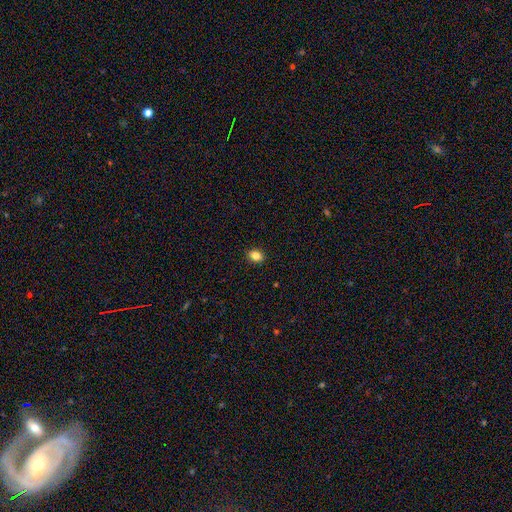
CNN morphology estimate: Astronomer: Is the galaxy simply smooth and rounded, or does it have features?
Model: smooth — 84%.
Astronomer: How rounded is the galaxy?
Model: in between — 60% (runner-up: round, 39%).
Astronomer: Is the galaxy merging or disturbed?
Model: none — 90%.